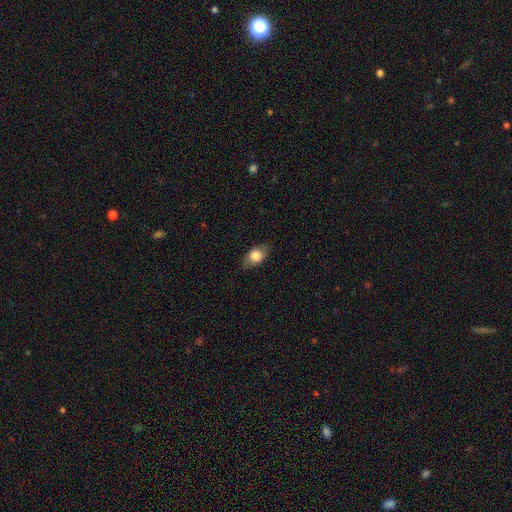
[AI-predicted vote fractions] Smooth or featured: smooth — 76% (featured or disk — 16%)
How rounded: in between — 78% (round — 18%)
Merging: none — 80% (minor disturbance — 15%)